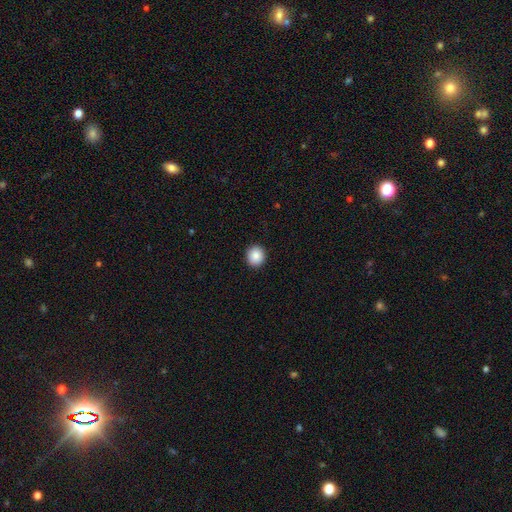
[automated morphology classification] Smooth or featured? smooth (88%)
How rounded? round (87%)
Merging? none (92%)